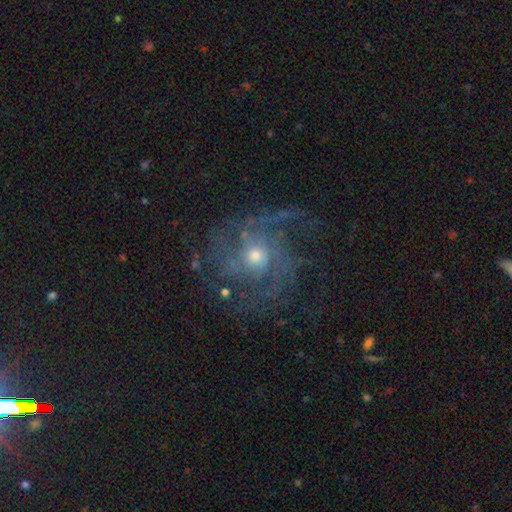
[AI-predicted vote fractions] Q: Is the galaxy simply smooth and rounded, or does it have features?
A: featured or disk — 82%.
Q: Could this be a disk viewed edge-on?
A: no — 97%.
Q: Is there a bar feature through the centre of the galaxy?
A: no — 76%.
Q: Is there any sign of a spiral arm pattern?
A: yes — 91%.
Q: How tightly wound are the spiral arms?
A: medium — 43%.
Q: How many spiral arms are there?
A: can't tell — 29%.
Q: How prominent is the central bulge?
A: moderate — 50%.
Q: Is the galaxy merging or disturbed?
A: none — 64%.